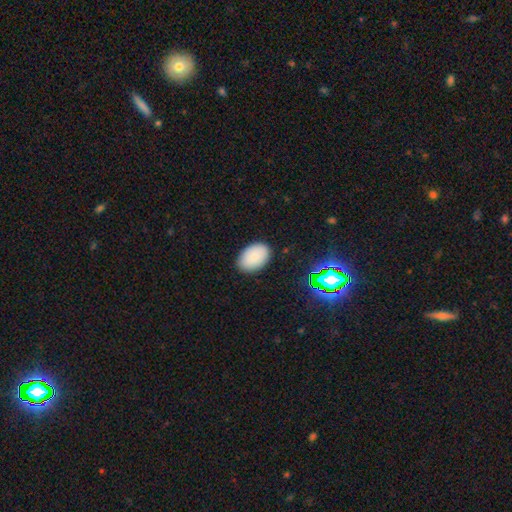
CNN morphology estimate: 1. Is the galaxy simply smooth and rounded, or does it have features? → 86% smooth, 8% star or artifact, 6% featured or disk.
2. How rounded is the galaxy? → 91% in between, 8% round, 1% cigar-shaped.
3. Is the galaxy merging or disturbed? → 87% none, 10% minor disturbance, 2% major disturbance, 1% merger.